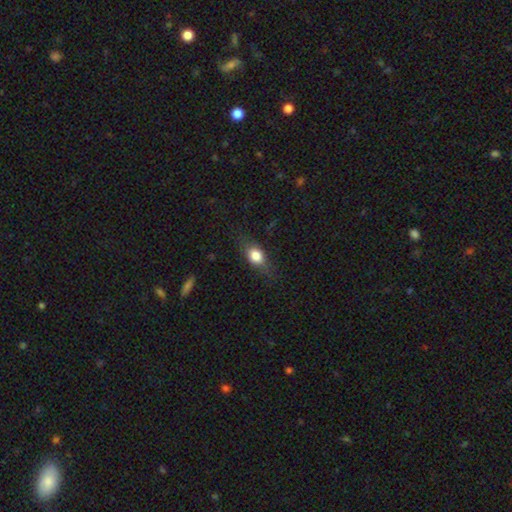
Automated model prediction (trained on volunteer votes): Smooth or featured: smooth — 75% (featured or disk — 16%)
How rounded: in between — 71% (round — 20%)
Merging: none — 74% (minor disturbance — 19%)